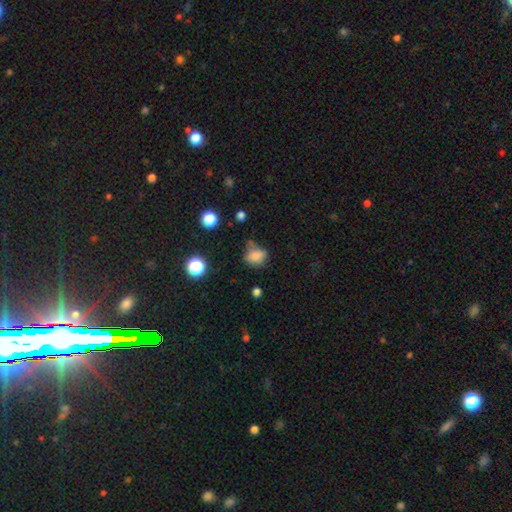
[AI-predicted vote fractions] Morphology: type=smooth (79%); roundness=in between (53%); merging=none (52%).